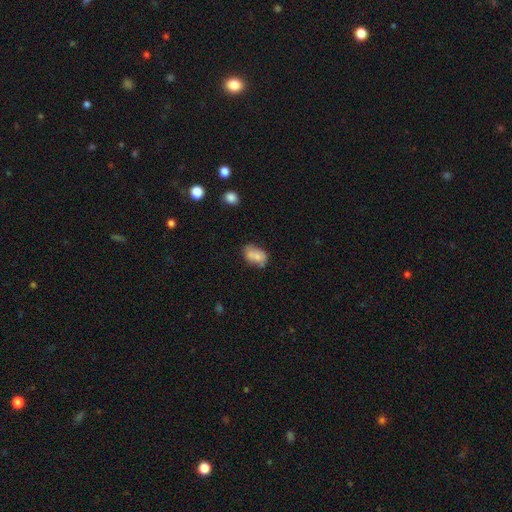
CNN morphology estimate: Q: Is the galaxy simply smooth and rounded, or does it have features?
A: smooth — 70%.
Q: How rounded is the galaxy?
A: in between — 83%.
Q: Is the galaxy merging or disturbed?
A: none — 43%.